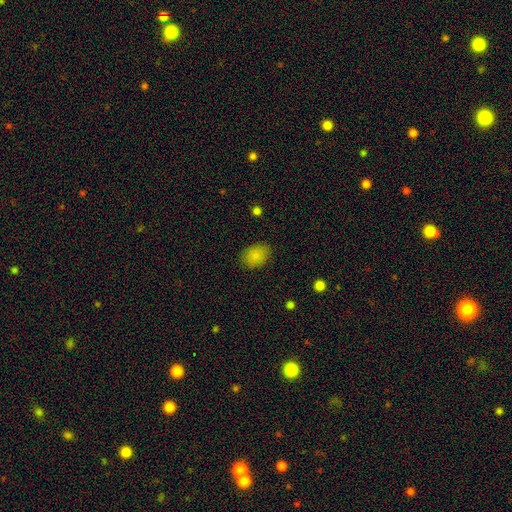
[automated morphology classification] Smooth or featured: smooth — 85% (star or artifact — 10%)
How rounded: in between — 70% (round — 29%)
Merging: none — 85% (minor disturbance — 11%)